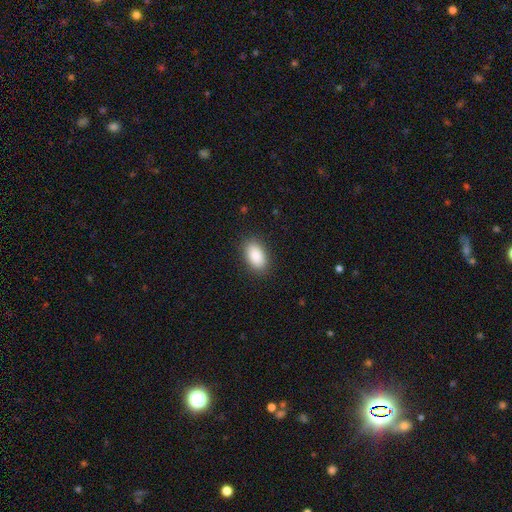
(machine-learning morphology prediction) This is clearly a smooth galaxy (89%). How rounded: clearly in between (93%). Merging: clearly none (88%).